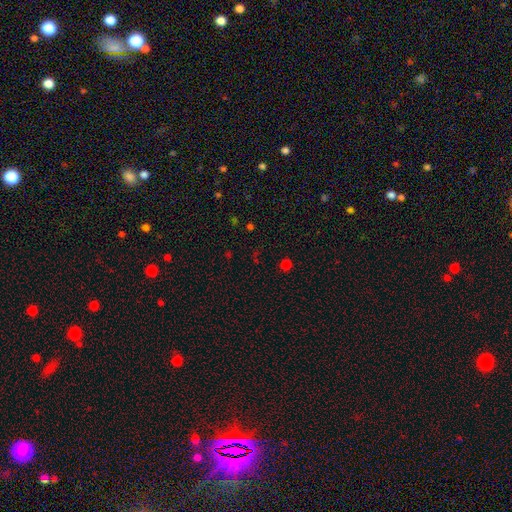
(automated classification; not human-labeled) Smooth or featured?
  - star or artifact: 53% *
  - smooth: 40%
  - featured or disk: 7%